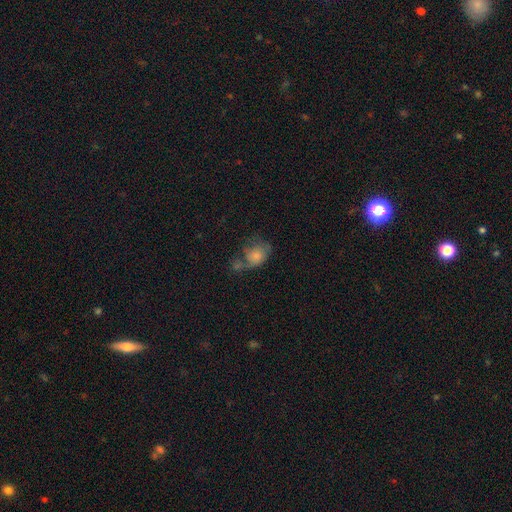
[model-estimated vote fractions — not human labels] Morphology: type=smooth (66%); roundness=in between (61%); merging=major disturbance (31%).